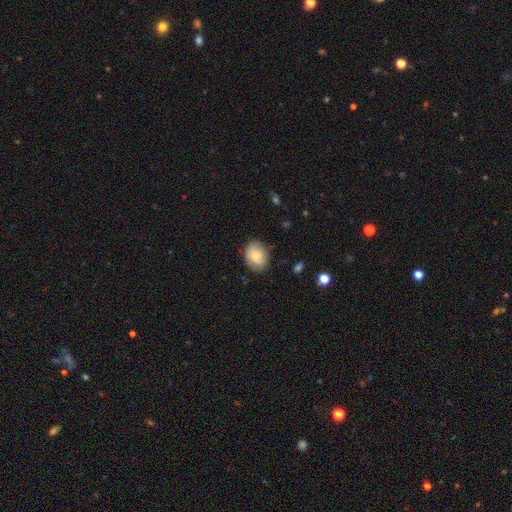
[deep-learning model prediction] Smooth or featured: smooth — 65% (featured or disk — 27%)
How rounded: in between — 60% (round — 39%)
Merging: none — 77% (minor disturbance — 18%)